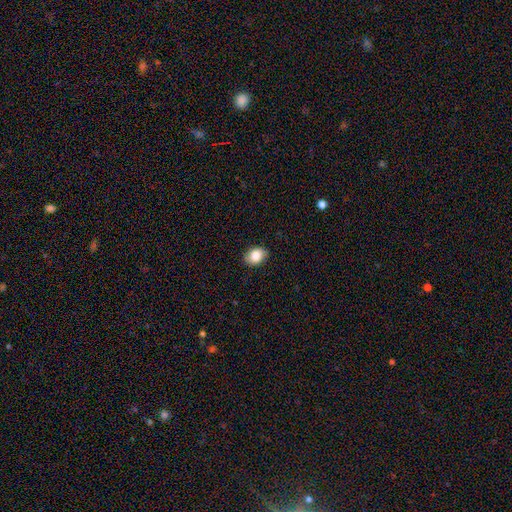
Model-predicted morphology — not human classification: smooth-or-featured: smooth: 86% | star or artifact: 8% | featured or disk: 6%
  how-rounded: in between: 72% | round: 27% | cigar-shaped: 1%
  merging: none: 86% | minor disturbance: 11% | major disturbance: 2% | merger: 1%